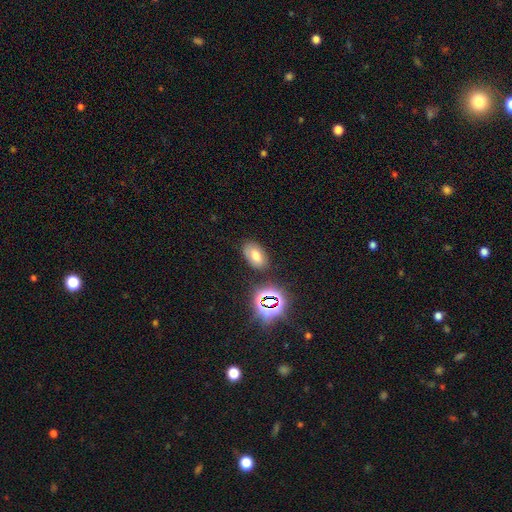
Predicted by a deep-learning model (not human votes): A smooth galaxy with no disk features (57%) that is in between round and cigar-shaped (89%).

Vote fractions:
- Smooth or featured? smooth: 57% / featured or disk: 22% / star or artifact: 21%
- How rounded? in between: 89% / round: 10% / cigar-shaped: 1%
- Merging? none: 79% / minor disturbance: 13% / major disturbance: 4% / merger: 3%